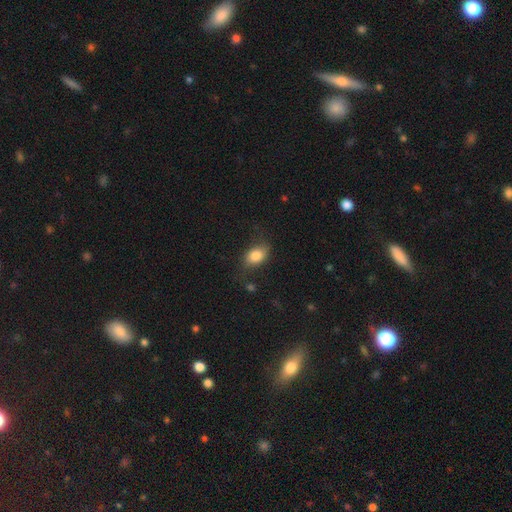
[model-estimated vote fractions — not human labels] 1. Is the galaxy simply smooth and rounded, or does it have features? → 82% smooth, 11% featured or disk, 8% star or artifact.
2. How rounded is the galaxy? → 84% in between, 13% round, 2% cigar-shaped.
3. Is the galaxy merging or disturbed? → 65% none, 23% minor disturbance, 10% major disturbance, 2% merger.